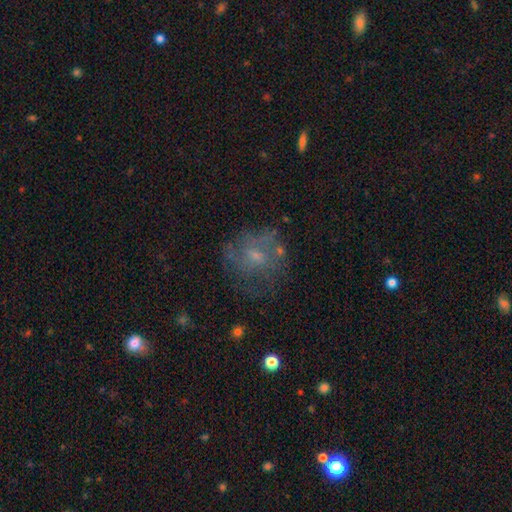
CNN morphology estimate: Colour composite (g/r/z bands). It shows a featured or disk galaxy (48%). Merging: none (64%).